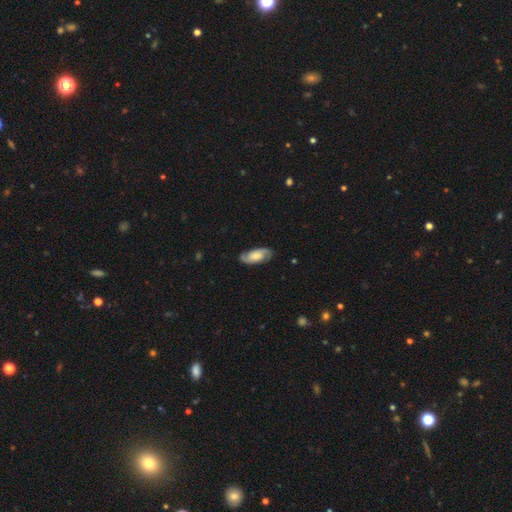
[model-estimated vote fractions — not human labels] Smooth or featured? featured or disk (68%)
Edge-on disk? no (93%)
Bar? no (61%)
Spiral arms? yes (93%)
Spiral winding? medium (44%)
Spiral arm count? 2 (87%)
Bulge size? moderate (41%)
Merging? none (83%)